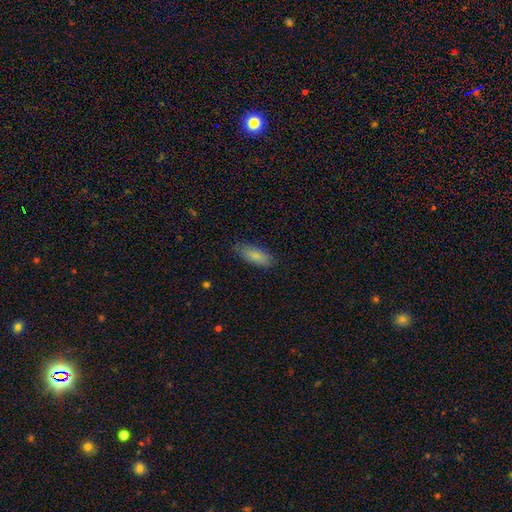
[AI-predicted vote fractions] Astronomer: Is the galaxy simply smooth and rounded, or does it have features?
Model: smooth — 85%.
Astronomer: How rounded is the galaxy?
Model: in between — 80%.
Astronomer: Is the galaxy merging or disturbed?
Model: none — 81%.